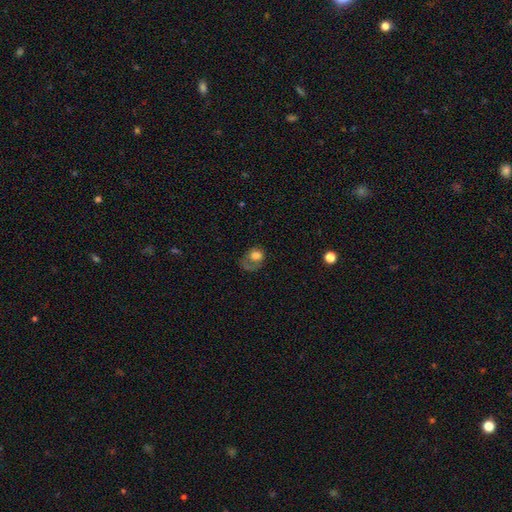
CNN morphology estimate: Q: Smooth or featured?
A: smooth (64%); runner-up: featured or disk (25%)
Q: How rounded?
A: round (50%); runner-up: in between (49%)
Q: Merging?
A: major disturbance (45%); runner-up: none (30%)